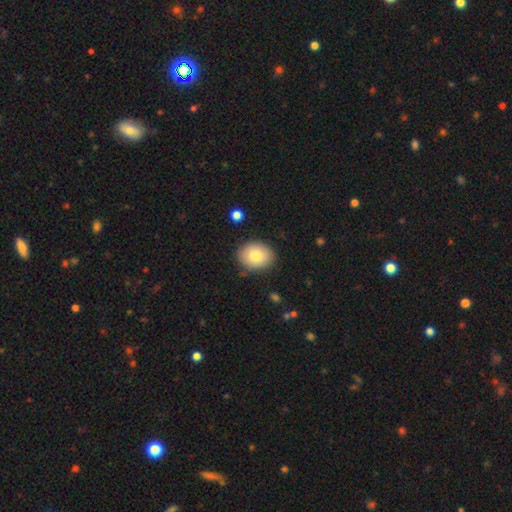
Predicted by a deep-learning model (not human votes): Smooth or featured? smooth (83%)
How rounded? in between (55%)
Merging? none (84%)